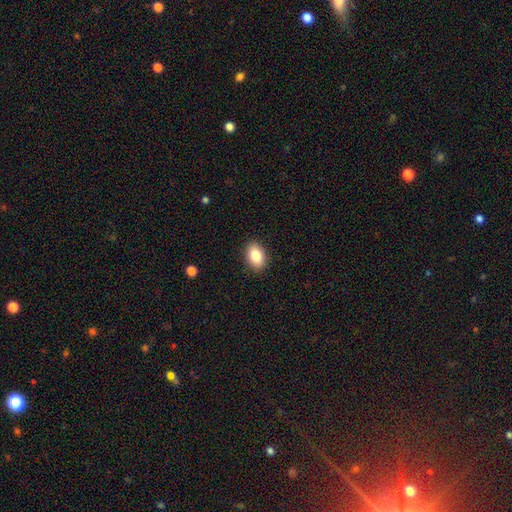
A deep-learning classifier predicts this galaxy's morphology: Smooth or featured: smooth — 85% (featured or disk — 8%)
How rounded: in between — 87% (round — 11%)
Merging: none — 90% (minor disturbance — 7%)